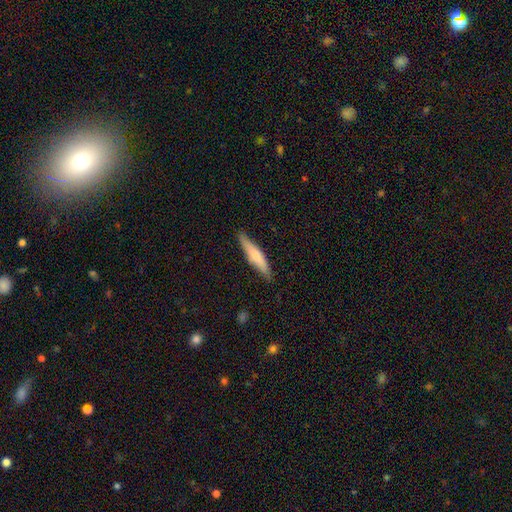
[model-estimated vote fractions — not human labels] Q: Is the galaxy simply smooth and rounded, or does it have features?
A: smooth — 64%.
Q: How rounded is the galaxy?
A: cigar-shaped — 86%.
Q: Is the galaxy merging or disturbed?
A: none — 83%.